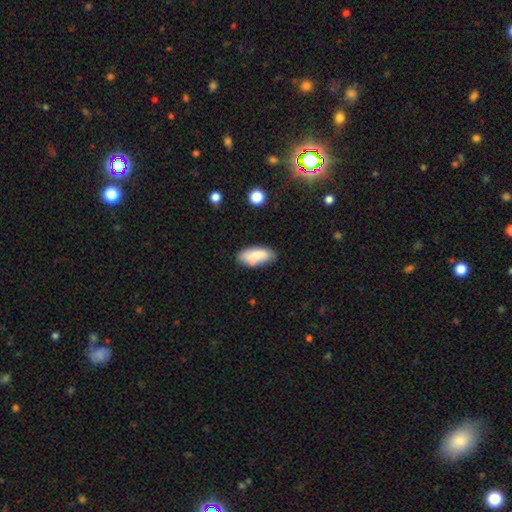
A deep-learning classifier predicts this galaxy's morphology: A smooth galaxy with no disk features (83%) that is in between round and cigar-shaped (86%).

Vote fractions:
- Smooth or featured? smooth: 83% / featured or disk: 11% / star or artifact: 7%
- How rounded? in between: 86% / cigar-shaped: 12% / round: 2%
- Merging? none: 72% / minor disturbance: 18% / merger: 6% / major disturbance: 4%